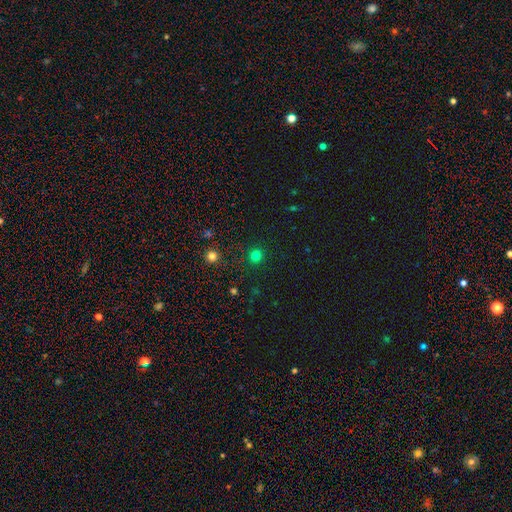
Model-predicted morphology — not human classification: Overall: smooth (78%). How rounded: round (93%). Merging: none (91%).